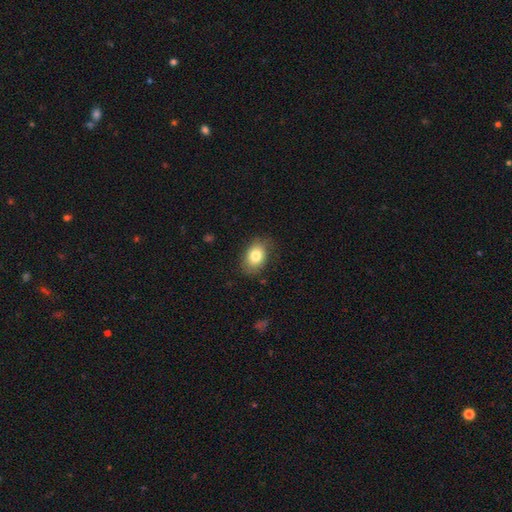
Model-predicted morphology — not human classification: The model was most divided on "how rounded": in between: 79%, round: 20%, cigar-shaped: 1%. More confident: smooth or featured — smooth (80%); merging — none (79%).